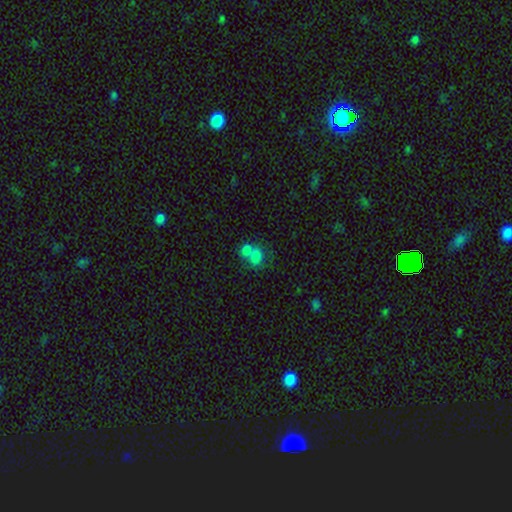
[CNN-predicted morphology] Smooth or featured? smooth (75%)
How rounded? in between (59%)
Merging? merger (60%)